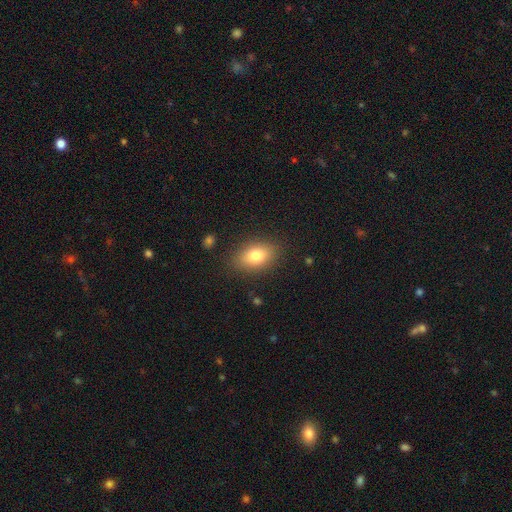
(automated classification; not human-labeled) smooth-or-featured: smooth: 78% | featured or disk: 13% | star or artifact: 9%
  how-rounded: in between: 85% | round: 13% | cigar-shaped: 2%
  merging: none: 85% | minor disturbance: 10% | major disturbance: 3% | merger: 1%